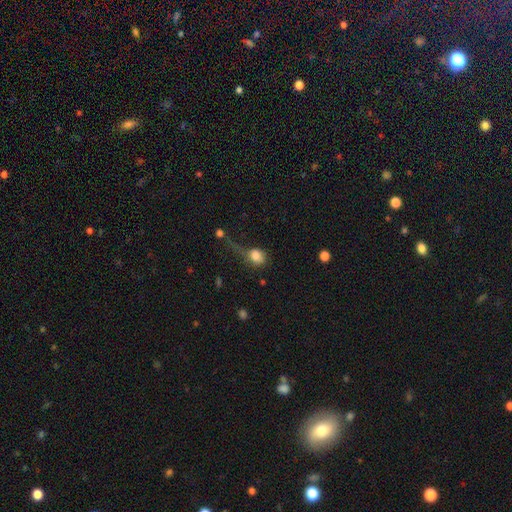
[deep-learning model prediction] smooth_or_featured: smooth (p=0.80) [alt: featured or disk p=0.11]
how_rounded: round (p=0.52) [alt: in between p=0.46]
merging: major disturbance (p=0.39) [alt: none p=0.30]